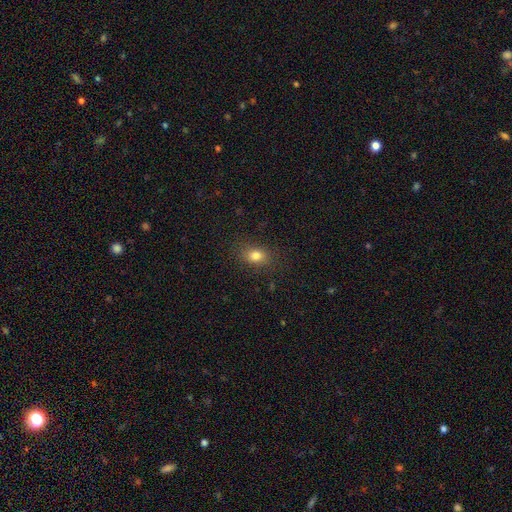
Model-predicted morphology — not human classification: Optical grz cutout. It shows a smooth galaxy with no disk features (80%) that is in between round and cigar-shaped (66%). Merging: none (85%).